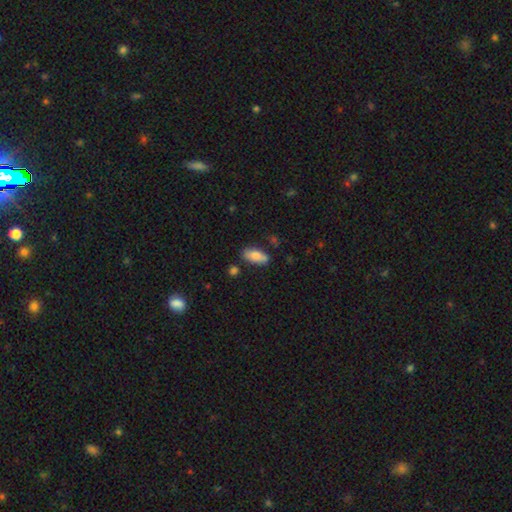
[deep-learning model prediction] smooth 81%, featured or disk 13%, star or artifact 7%. Down the decision tree: how rounded — in between (86%); merging — none (76%).